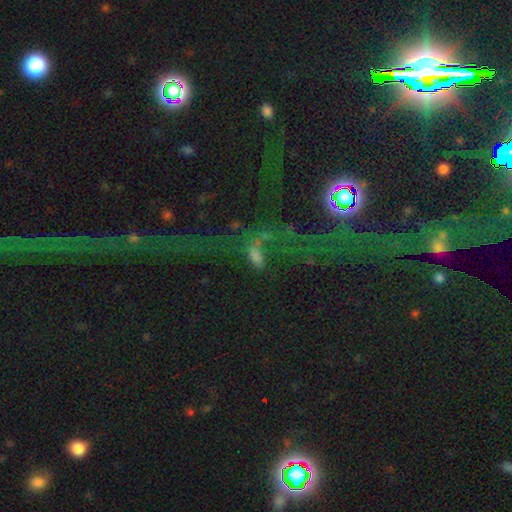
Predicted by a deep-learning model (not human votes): The model was most divided on "merging" (2-way tie): major disturbance: 33%, none: 33%, merger: 19%, minor disturbance: 16%. Remaining: smooth or featured — smooth (39%).